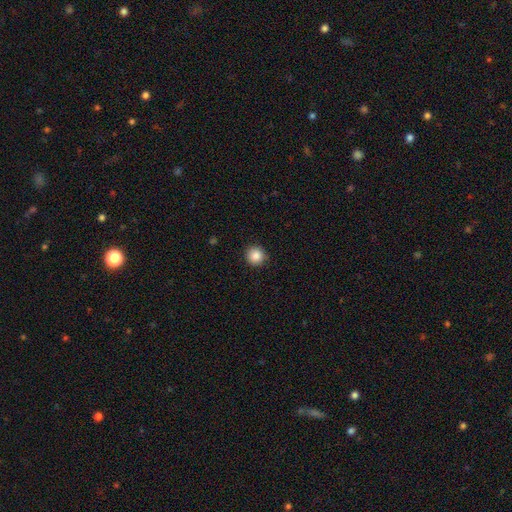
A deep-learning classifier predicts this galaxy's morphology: Q: Smooth or featured?
A: smooth (86%); runner-up: star or artifact (10%)
Q: How rounded?
A: round (94%); runner-up: in between (5%)
Q: Merging?
A: none (91%); runner-up: minor disturbance (6%)